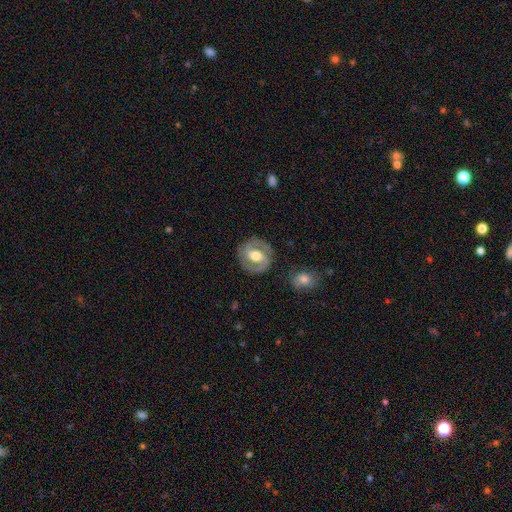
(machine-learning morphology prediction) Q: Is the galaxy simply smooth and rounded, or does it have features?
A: featured or disk — 80%.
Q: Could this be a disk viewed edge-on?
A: no — 97%.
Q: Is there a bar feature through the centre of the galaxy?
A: weak — 42%.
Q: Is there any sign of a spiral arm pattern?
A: yes — 88%.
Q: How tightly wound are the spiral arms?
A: medium — 46%.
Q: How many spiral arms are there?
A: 2 — 90%.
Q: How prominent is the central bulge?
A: moderate — 70%.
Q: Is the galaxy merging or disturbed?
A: none — 84%.